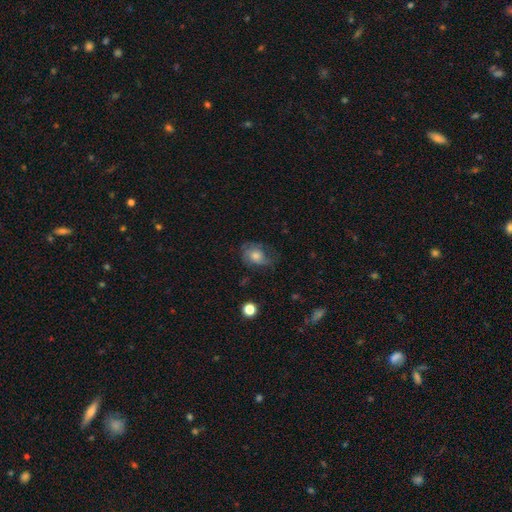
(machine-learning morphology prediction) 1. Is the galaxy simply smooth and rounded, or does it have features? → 50% featured or disk, 39% smooth, 11% star or artifact.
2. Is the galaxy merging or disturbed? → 56% none, 26% minor disturbance, 17% major disturbance, 2% merger.